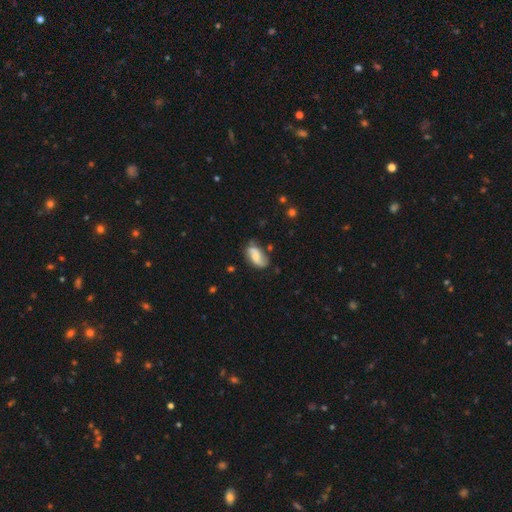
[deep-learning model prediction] featured or disk 51%, smooth 42%, star or artifact 8%. Down the decision tree: edge-on disk — no (95%); merging — none (59%).